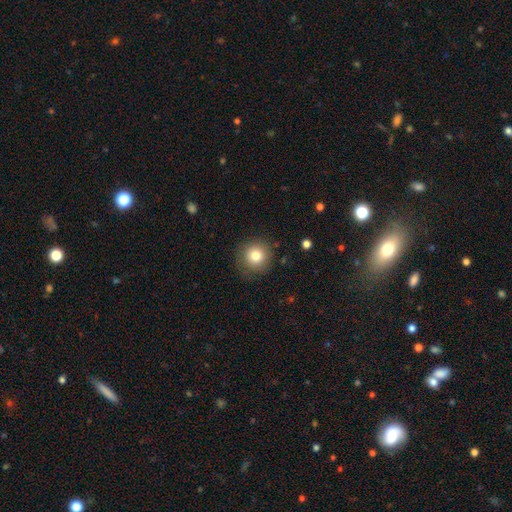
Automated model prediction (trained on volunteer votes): Overall: smooth (81%). How rounded: round (93%). Merging: none (83%).